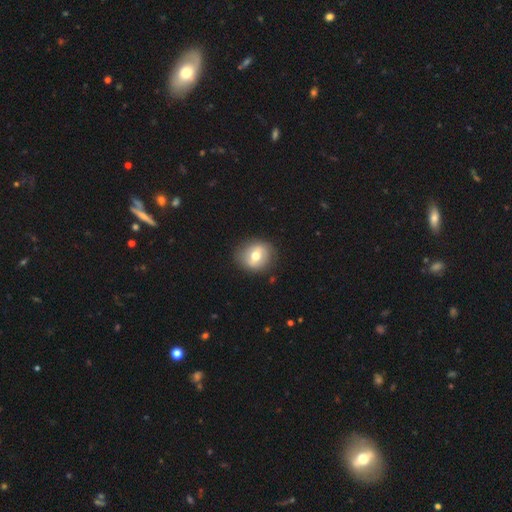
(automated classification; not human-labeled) A smooth galaxy with no disk features (54%) that is round (75%). Merging: none (85%).